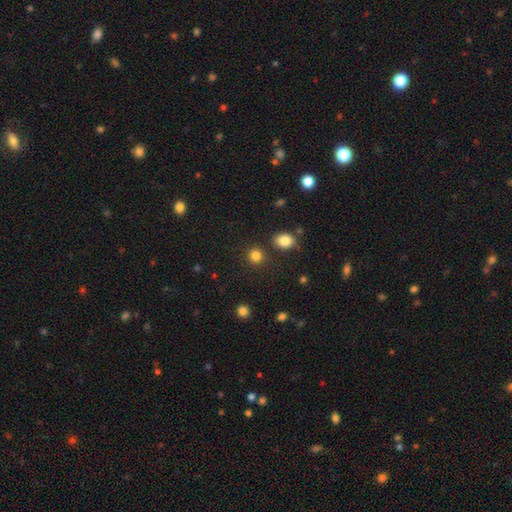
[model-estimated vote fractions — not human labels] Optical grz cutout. It shows a smooth galaxy with no disk features (83%) that is round (87%). Merging: none (84%).